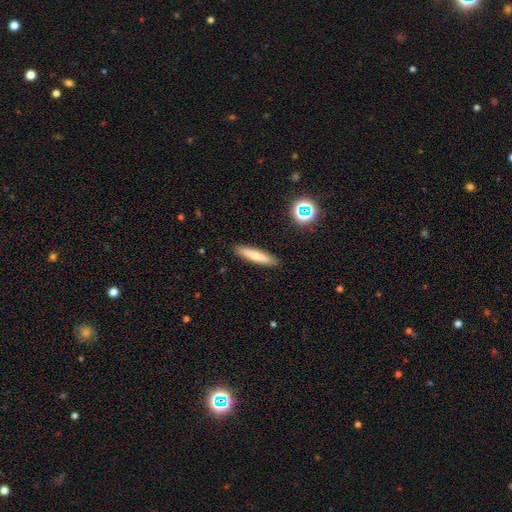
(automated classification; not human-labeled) Q: Smooth or featured?
A: smooth (66%); runner-up: featured or disk (26%)
Q: How rounded?
A: cigar-shaped (86%); runner-up: in between (12%)
Q: Merging?
A: none (90%); runner-up: minor disturbance (7%)